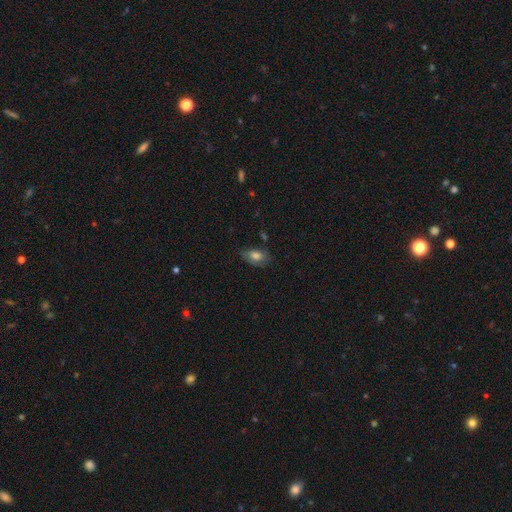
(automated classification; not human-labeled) This is likely a smooth galaxy (72%). How rounded: clearly in between (88%). Merging: likely none (65%).